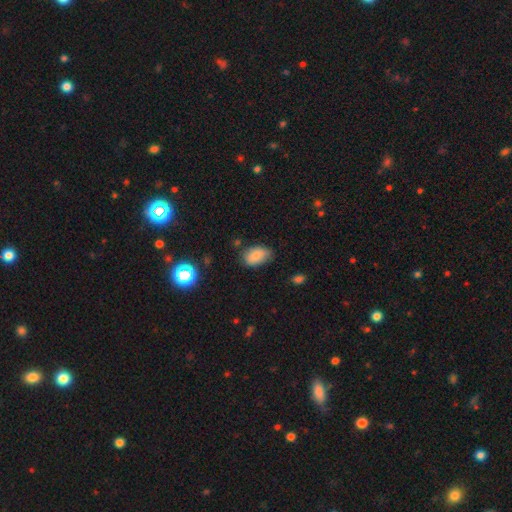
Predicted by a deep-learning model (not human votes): smooth-or-featured: smooth: 80% | featured or disk: 10% | star or artifact: 10%
  how-rounded: in between: 88% | round: 10% | cigar-shaped: 1%
  merging: none: 66% | minor disturbance: 27% | major disturbance: 5% | merger: 2%